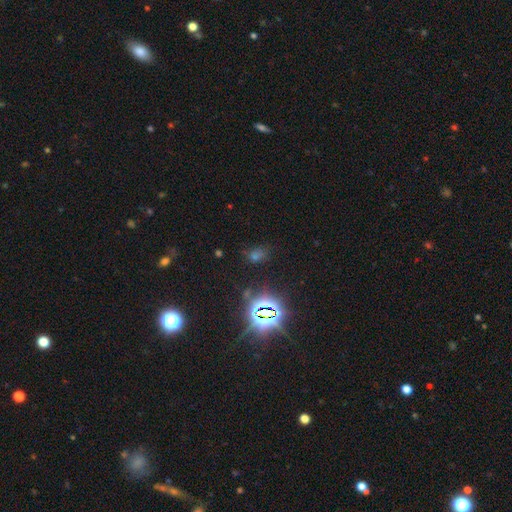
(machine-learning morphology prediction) Q: Smooth or featured?
A: star or artifact (61%); runner-up: smooth (31%)